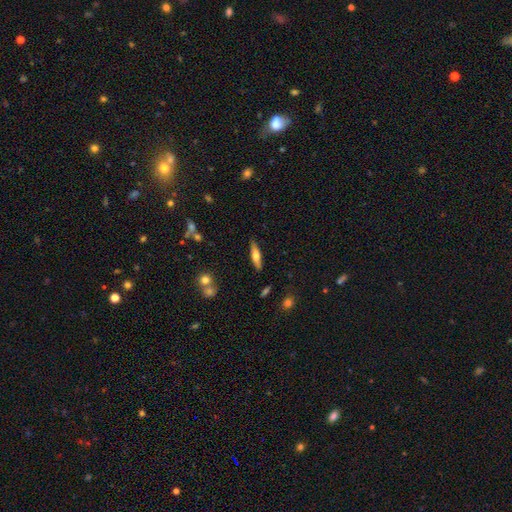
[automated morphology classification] This is possibly a smooth galaxy (53%). How rounded: likely cigar-shaped (66%). Merging: clearly none (86%).